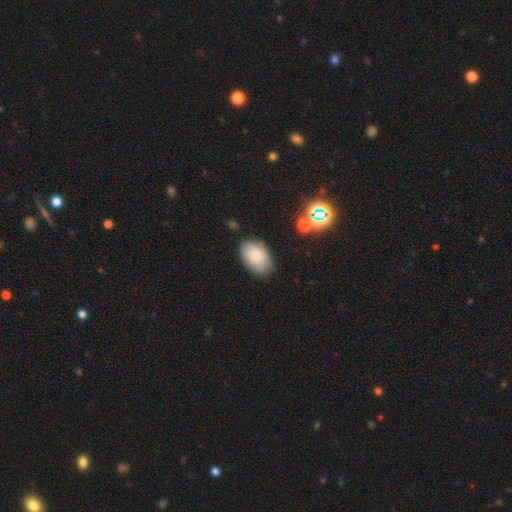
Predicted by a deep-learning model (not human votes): smooth 72%, featured or disk 19%, star or artifact 9%. Down the decision tree: how rounded — in between (86%); merging — none (78%).